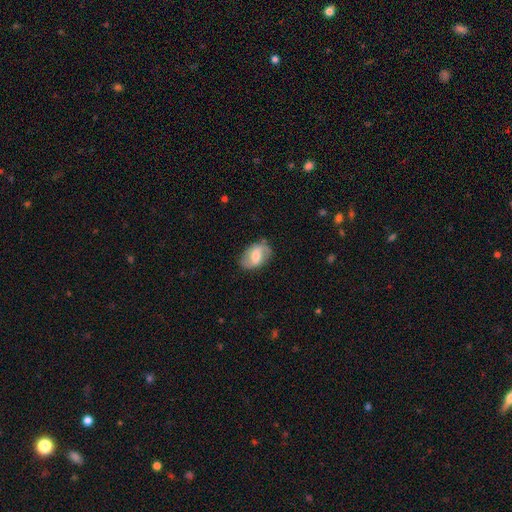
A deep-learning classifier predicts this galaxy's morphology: Smooth or featured? featured or disk (55%)
Edge-on disk? no (96%)
Bar? weak (50%)
Spiral arms? yes (82%)
Bulge size? moderate (55%)
Merging? none (76%)